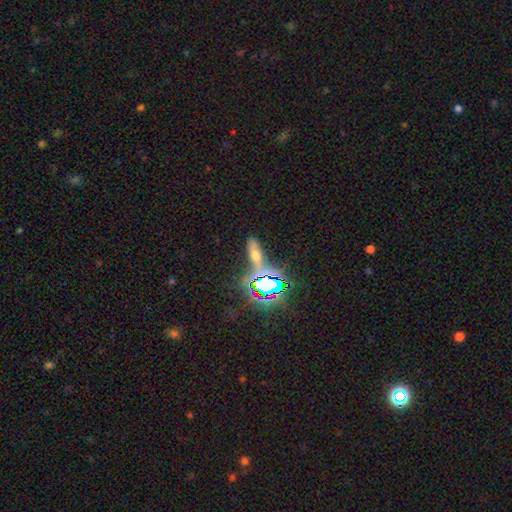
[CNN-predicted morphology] The model was most divided on "smooth or featured": smooth: 40%, star or artifact: 37%, featured or disk: 24%. More confident: merging — none (63%).